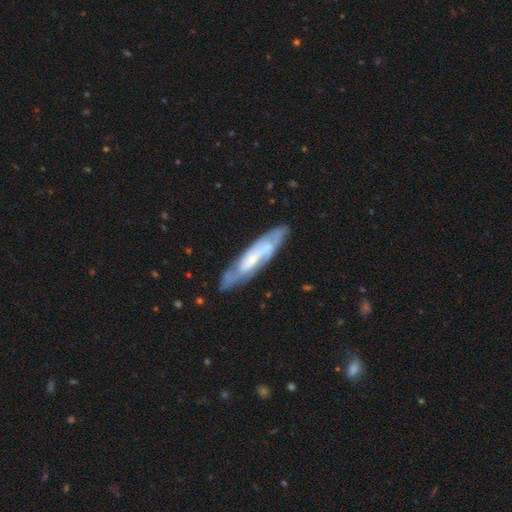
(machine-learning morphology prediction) smooth_or_featured: featured or disk (p=0.72) [alt: smooth p=0.22]
disk_edge_on: no (p=0.65) [alt: yes p=0.35]
merging: none (p=0.79) [alt: minor disturbance p=0.15]